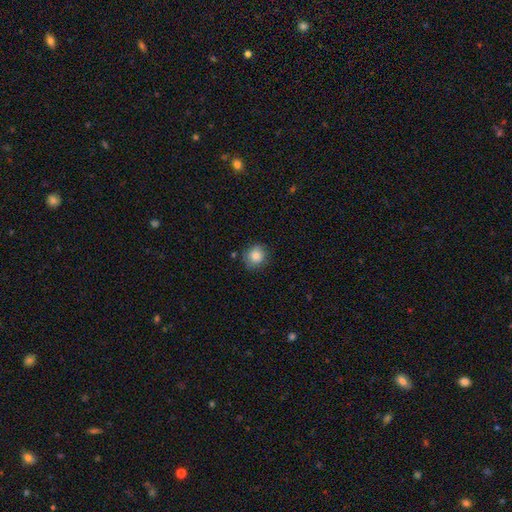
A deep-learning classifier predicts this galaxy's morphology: smooth_or_featured: smooth (p=0.86) [alt: star or artifact p=0.09]
how_rounded: round (p=0.85) [alt: in between p=0.14]
merging: none (p=0.84) [alt: minor disturbance p=0.12]